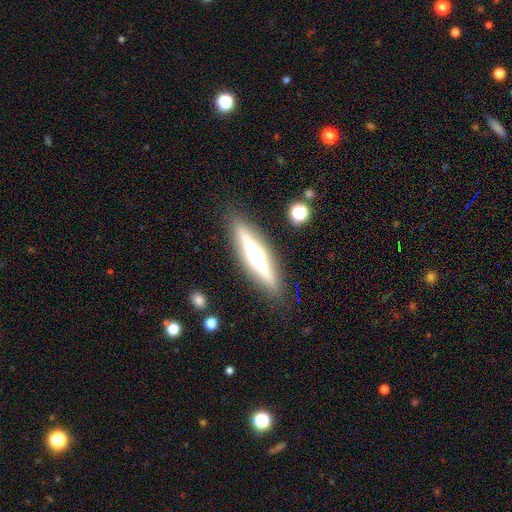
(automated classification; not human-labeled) Smooth or featured?
  - featured or disk: 74% *
  - smooth: 18%
  - star or artifact: 9%
Edge-on disk?
  - yes: 95% *
  - no: 5%
Edge-on bulge?
  - rounded: 79% *
  - boxy: 16%
  - none: 5%
Merging?
  - none: 88% *
  - minor disturbance: 8%
  - major disturbance: 3%
  - merger: 2%